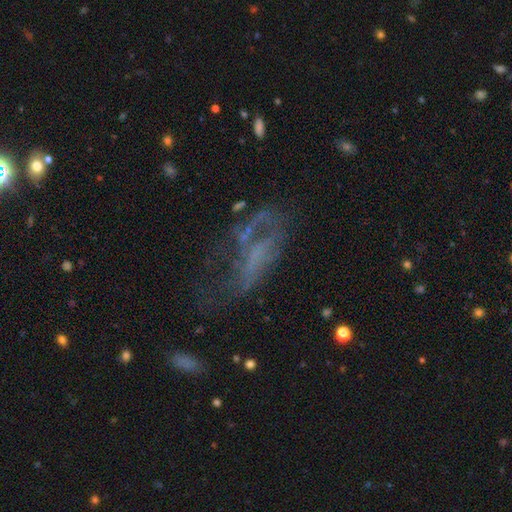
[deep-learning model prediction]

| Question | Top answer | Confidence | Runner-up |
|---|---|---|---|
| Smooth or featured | featured or disk | 57% | smooth (24%) |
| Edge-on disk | no | 89% | yes (11%) |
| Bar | no | 68% | weak (20%) |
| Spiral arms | no | 62% | yes (38%) |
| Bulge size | none | 71% | small (16%) |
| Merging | major disturbance | 42% | none (32%) |